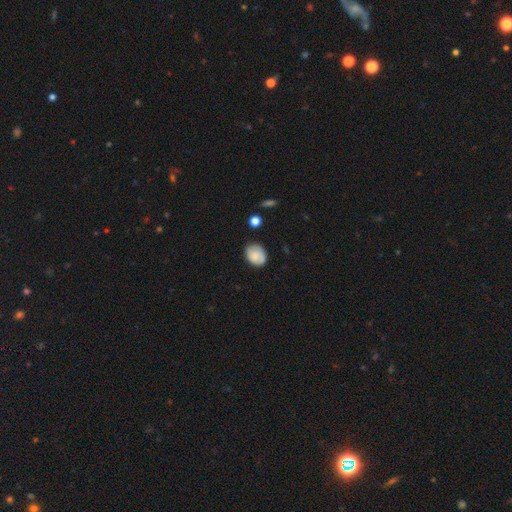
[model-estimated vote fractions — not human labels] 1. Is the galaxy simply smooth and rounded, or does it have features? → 78% smooth, 14% featured or disk, 8% star or artifact.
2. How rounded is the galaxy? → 54% in between, 45% round, 1% cigar-shaped.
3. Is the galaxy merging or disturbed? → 69% none, 24% minor disturbance, 4% major disturbance, 3% merger.